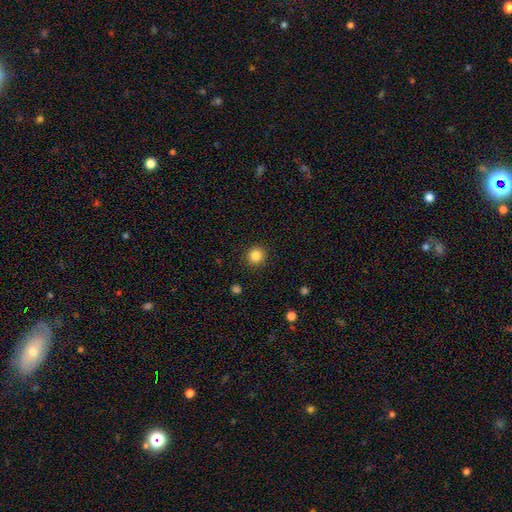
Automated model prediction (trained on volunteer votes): A smooth galaxy with no disk features (85%) that is round (93%).

Vote fractions:
- Smooth or featured? smooth: 85% / star or artifact: 11% / featured or disk: 4%
- How rounded? round: 93% / in between: 6% / cigar-shaped: 1%
- Merging? none: 91% / minor disturbance: 6% / major disturbance: 2% / merger: 1%